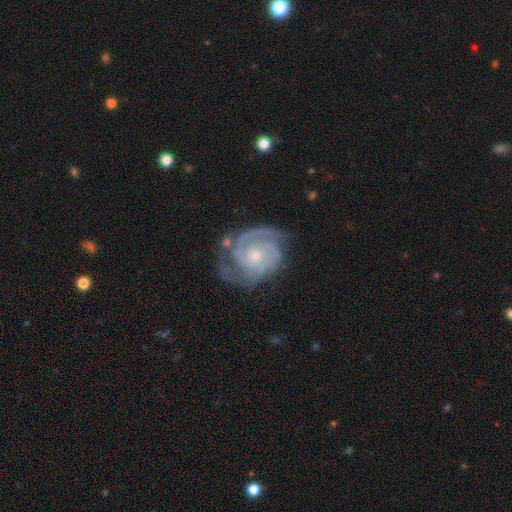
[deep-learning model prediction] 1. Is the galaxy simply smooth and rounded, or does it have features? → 89% featured or disk, 6% smooth, 5% star or artifact.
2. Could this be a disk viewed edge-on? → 98% no, 2% yes.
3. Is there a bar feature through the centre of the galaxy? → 75% no, 21% weak, 4% strong.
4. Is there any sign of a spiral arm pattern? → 97% yes, 3% no.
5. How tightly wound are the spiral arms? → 69% tight, 27% medium, 5% loose.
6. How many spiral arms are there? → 44% 2, 27% 3, 14% can't tell, 6% 4, 5% 1, 4% more than 4.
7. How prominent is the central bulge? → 66% small, 30% moderate, 2% none, 1% large, 1% dominant.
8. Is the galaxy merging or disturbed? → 67% none, 21% minor disturbance, 9% major disturbance, 3% merger.